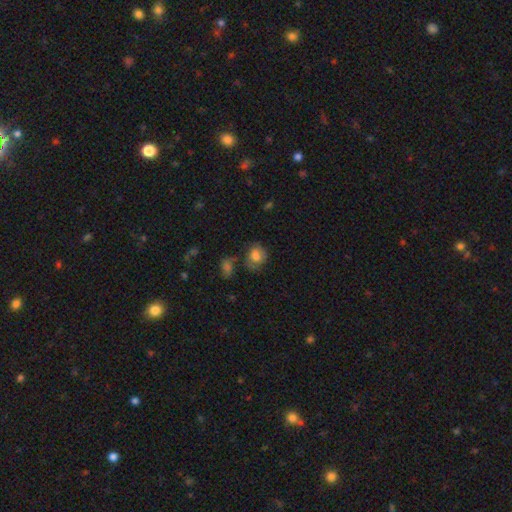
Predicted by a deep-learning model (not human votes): Smooth or featured: smooth — 70% (featured or disk — 20%)
How rounded: round — 52% (in between — 47%)
Merging: none — 53% (minor disturbance — 25%)